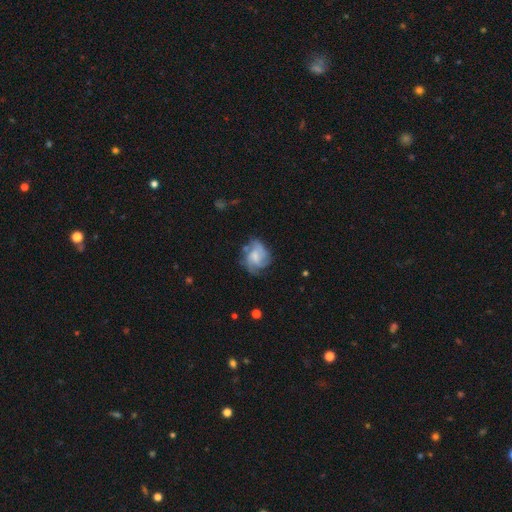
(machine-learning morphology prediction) Smooth or featured? featured or disk (66%)
Edge-on disk? no (98%)
Bar? no (58%)
Spiral arms? yes (87%)
Spiral winding? medium (42%)
Spiral arm count? 3 (31%, tied with can't tell)
Bulge size? small (38%)
Merging? none (59%)